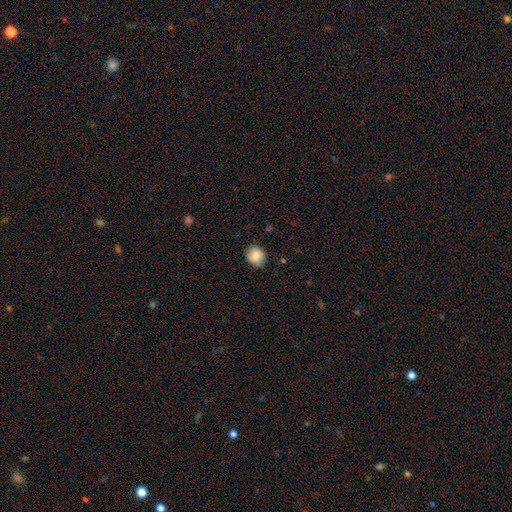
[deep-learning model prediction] A smooth galaxy with no disk features (84%) that is round (82%).

Vote fractions:
- Smooth or featured? smooth: 84% / star or artifact: 8% / featured or disk: 7%
- How rounded? round: 82% / in between: 17% / cigar-shaped: 1%
- Merging? none: 84% / minor disturbance: 12% / major disturbance: 2% / merger: 1%